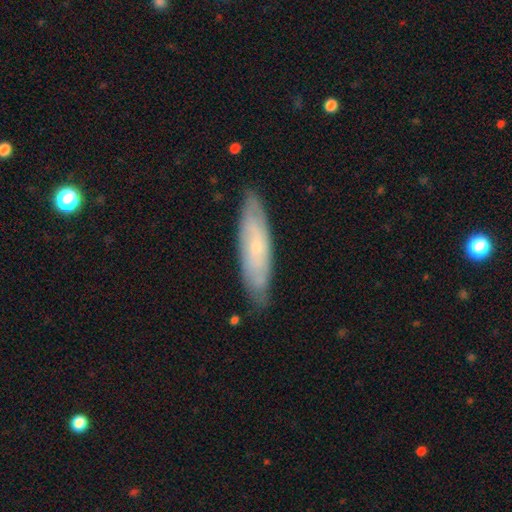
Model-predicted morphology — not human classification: Smooth or featured: featured or disk — 54% (smooth — 39%)
Edge-on disk: no — 56% (yes — 44%)
Merging: none — 85% (minor disturbance — 12%)